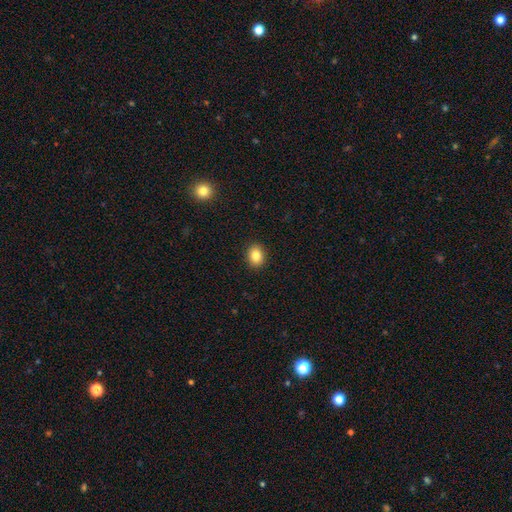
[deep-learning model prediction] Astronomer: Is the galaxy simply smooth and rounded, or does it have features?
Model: smooth — 85%.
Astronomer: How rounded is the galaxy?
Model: in between — 55% (runner-up: round, 44%).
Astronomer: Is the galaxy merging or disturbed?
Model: none — 90%.